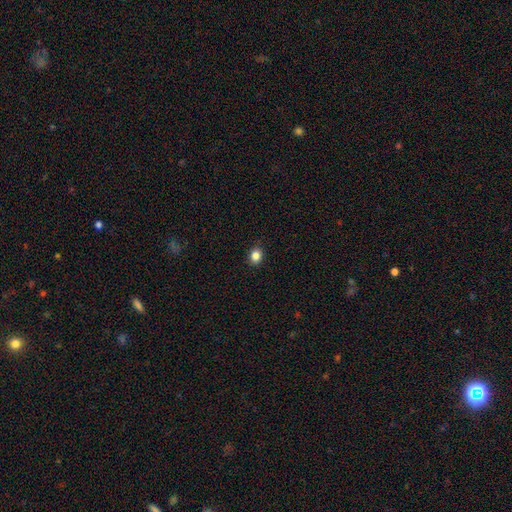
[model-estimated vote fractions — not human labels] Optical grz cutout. It shows a smooth galaxy with no disk features (85%) that is round (61%). Merging: none (89%).